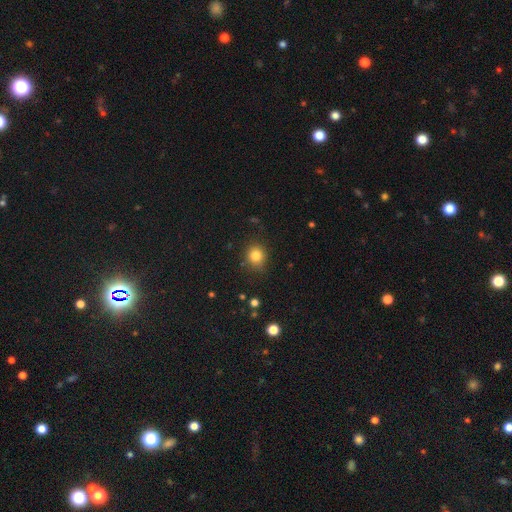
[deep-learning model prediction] Overall: smooth (82%). How rounded: round (81%). Merging: none (84%).